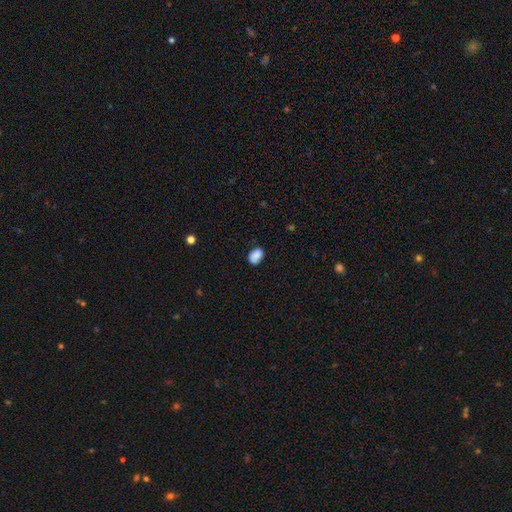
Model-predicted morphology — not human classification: Smooth or featured? Predicted: smooth (p=0.87). How rounded? Predicted: in between (p=0.82). Merging? Predicted: none (p=0.71).